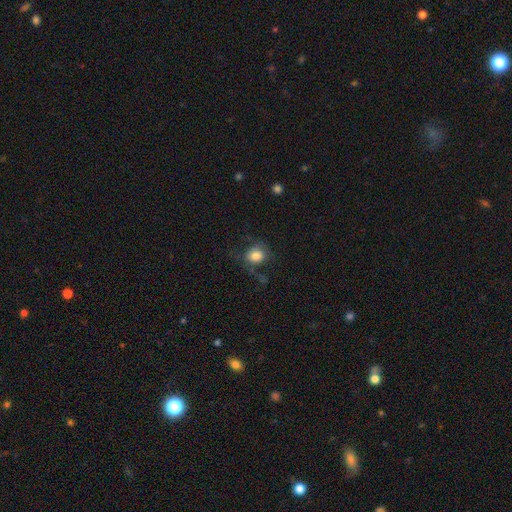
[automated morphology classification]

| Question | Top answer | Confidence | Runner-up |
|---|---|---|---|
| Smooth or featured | smooth | 80% | featured or disk (12%) |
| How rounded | round | 68% | in between (31%) |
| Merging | none | 57% | minor disturbance (22%) |